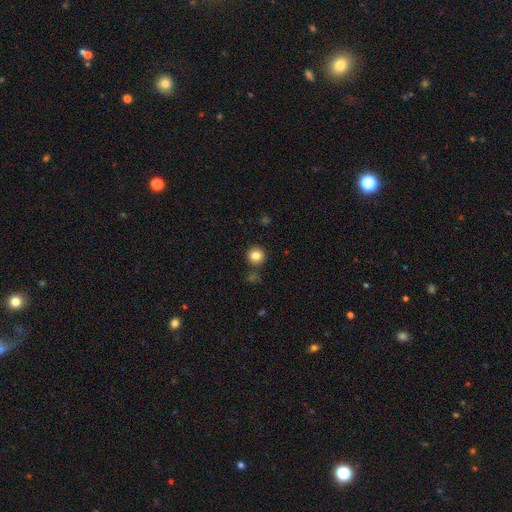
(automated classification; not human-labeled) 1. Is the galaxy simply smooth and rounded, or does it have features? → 84% smooth, 11% star or artifact, 6% featured or disk.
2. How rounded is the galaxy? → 93% round, 6% in between, 1% cigar-shaped.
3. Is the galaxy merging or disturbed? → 87% none, 7% minor disturbance, 4% merger, 2% major disturbance.